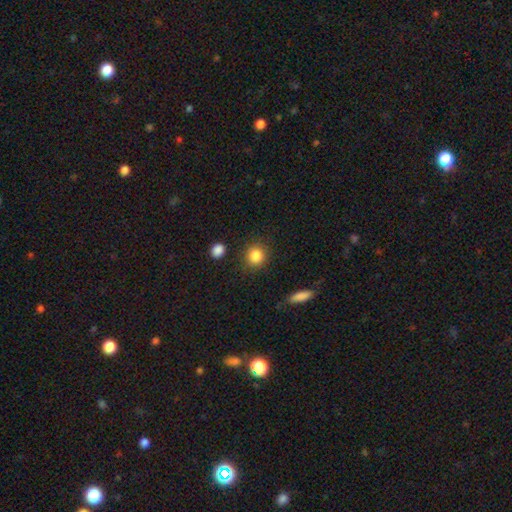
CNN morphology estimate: smooth 86%, star or artifact 9%, featured or disk 5%. Down the decision tree: how rounded — round (85%); merging — none (86%).